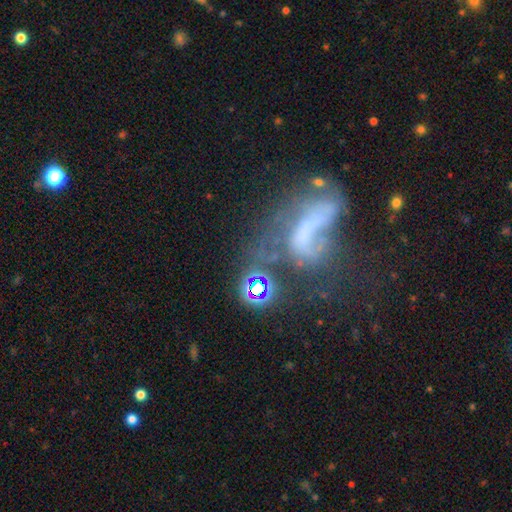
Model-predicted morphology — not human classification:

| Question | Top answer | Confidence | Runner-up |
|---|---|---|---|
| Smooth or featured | featured or disk | 52% | smooth (27%) |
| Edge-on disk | no | 89% | yes (11%) |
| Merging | major disturbance | 40% | merger (24%) |